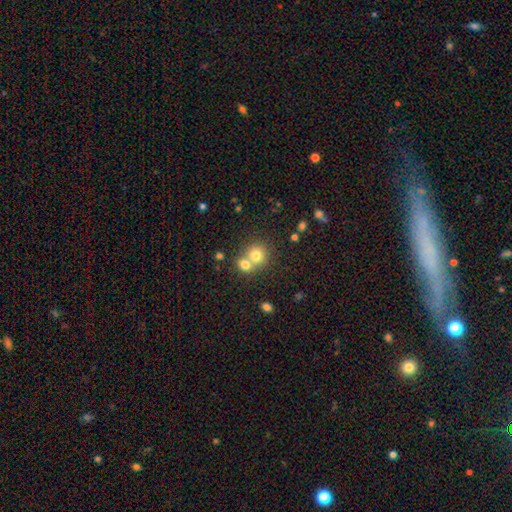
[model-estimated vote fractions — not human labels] Morphology: type=smooth (75%); roundness=round (82%); merging=merger (52%).